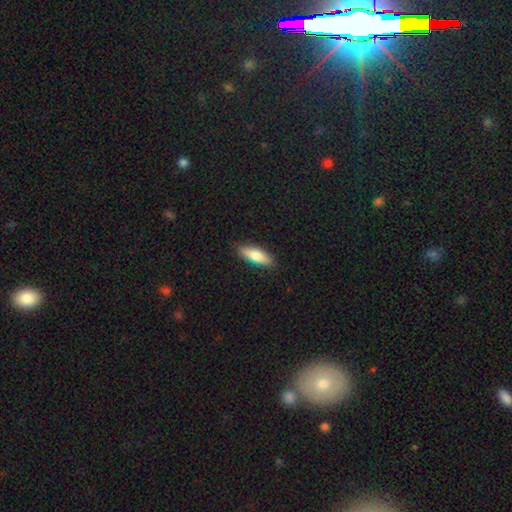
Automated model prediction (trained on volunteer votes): A smooth galaxy with no disk features (80%) that is in between round and cigar-shaped (54%). Merging: none (88%).